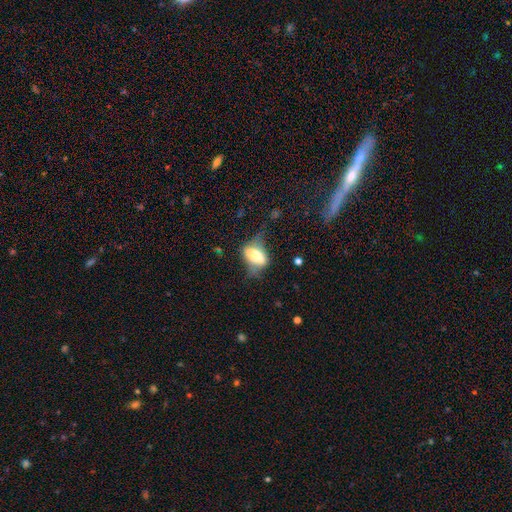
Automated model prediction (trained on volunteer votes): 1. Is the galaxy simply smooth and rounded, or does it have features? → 53% smooth, 37% featured or disk, 10% star or artifact.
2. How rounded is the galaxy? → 72% in between, 21% cigar-shaped, 7% round.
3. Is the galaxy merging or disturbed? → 39% none, 29% minor disturbance, 28% major disturbance, 5% merger.